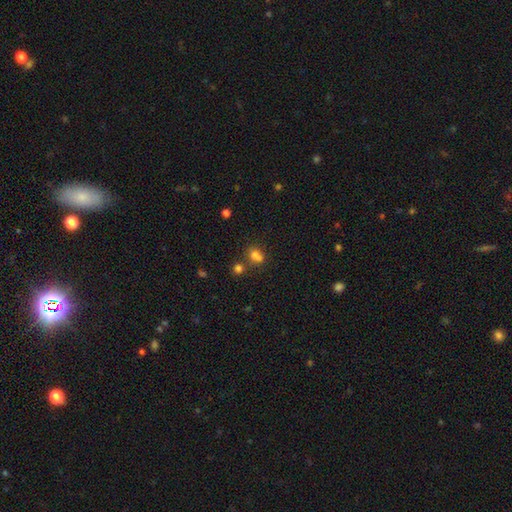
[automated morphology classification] smooth_or_featured: smooth (p=0.73) [alt: star or artifact p=0.17]
how_rounded: round (p=0.49) [tied with: in between p=0.49]
merging: none (p=0.44) [alt: merger p=0.38]